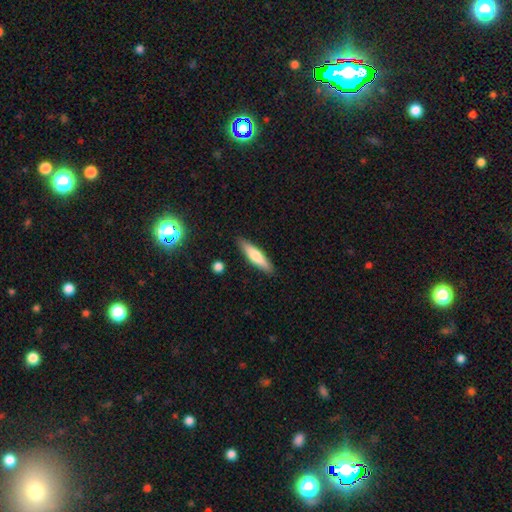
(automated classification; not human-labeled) This is likely a smooth galaxy (65%). How rounded: likely cigar-shaped (79%). Merging: clearly none (88%).